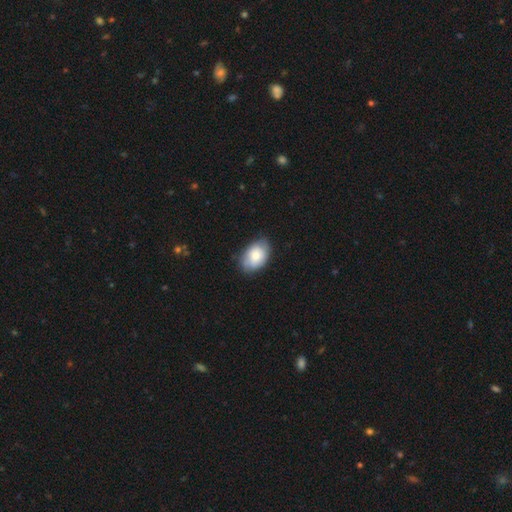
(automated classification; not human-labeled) Overall: smooth (78%). How rounded: in between (86%). Merging: none (71%).